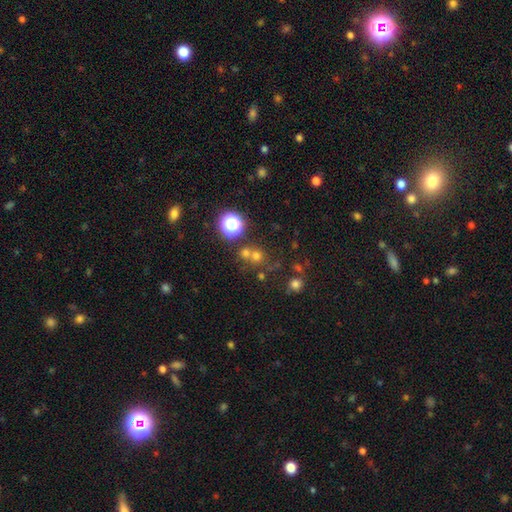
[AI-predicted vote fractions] smooth 59%, star or artifact 31%, featured or disk 11%. Down the decision tree: how rounded — round (88%); merging — none (57%).